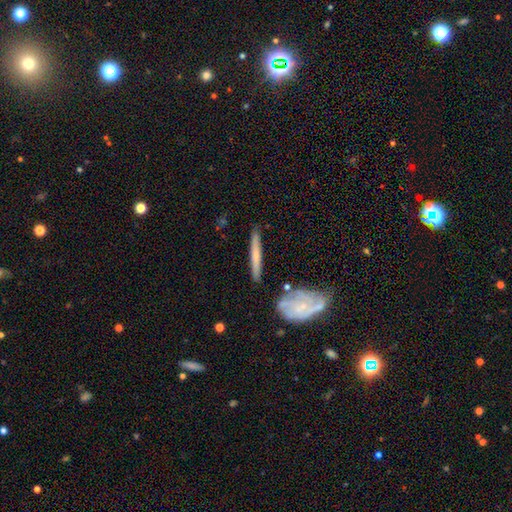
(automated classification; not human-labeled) smooth_or_featured: featured or disk (p=0.47) [tied with: smooth p=0.47]
merging: none (p=0.83) [alt: minor disturbance p=0.10]